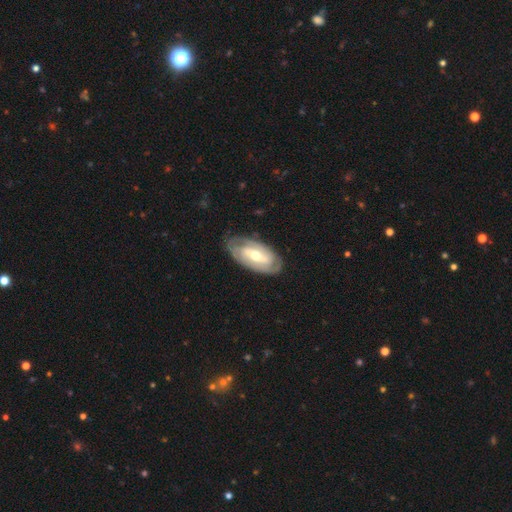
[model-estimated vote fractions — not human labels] Overall: featured or disk (74%). Edge-on disk: no (92%). Bar: weak (39%; strong 34%). Spiral arms: yes (82%). Spiral arm count: 2 (61%; can't tell 25%). Spiral winding: tight (59%; medium 30%). Bulge size: moderate (65%; small 28%). Merging: none (79%).